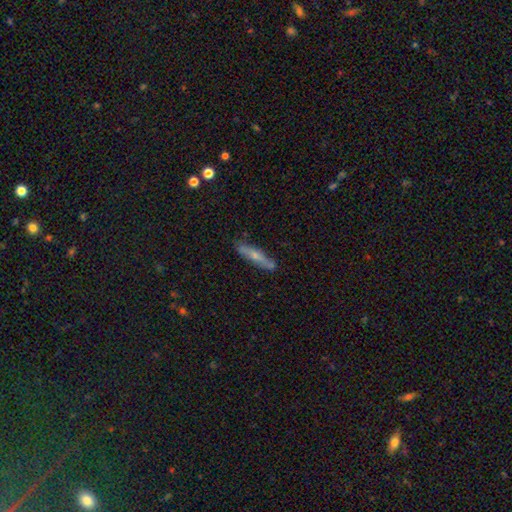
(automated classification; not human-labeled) Morphology: type=smooth (51%); roundness=cigar-shaped (88%); merging=none (81%).